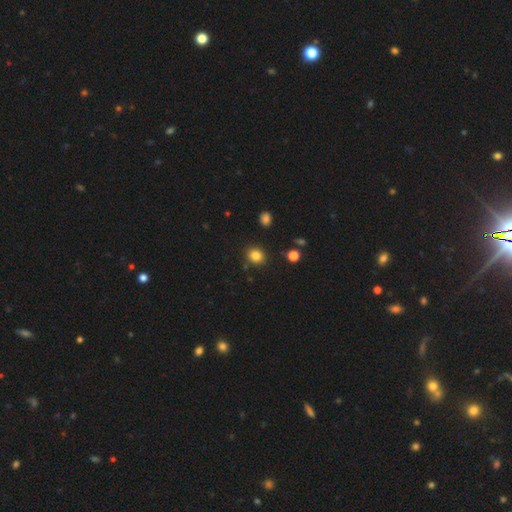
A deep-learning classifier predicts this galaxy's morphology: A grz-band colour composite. It shows a smooth galaxy with no disk features (84%) that is round (77%). Merging: none (86%).